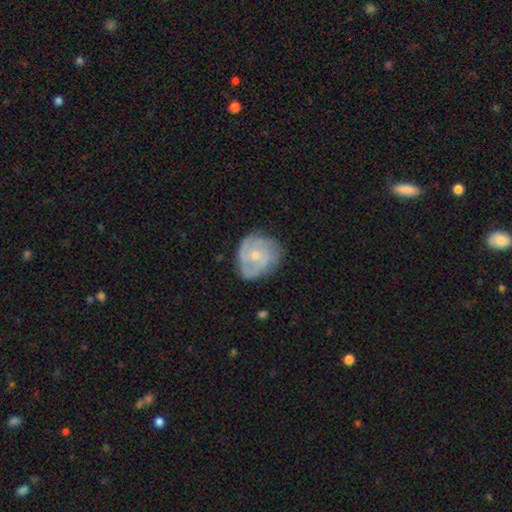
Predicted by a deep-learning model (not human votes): Smooth or featured?
  - featured or disk: 73% *
  - smooth: 20%
  - star or artifact: 6%
Edge-on disk?
  - no: 98% *
  - yes: 2%
Bar?
  - no: 74% *
  - weak: 23%
  - strong: 3%
Spiral arms?
  - yes: 89% *
  - no: 11%
Spiral winding?
  - tight: 49% *
  - medium: 39%
  - loose: 12%
Spiral arm count?
  - 3: 36% *
  - can't tell: 26%
  - 4: 15%
  - 2: 13%
  - 1: 5%
  - more than 4: 5%
Bulge size?
  - small: 56% *
  - moderate: 38%
  - none: 3%
  - large: 1%
  - dominant: 1%
Merging?
  - none: 70% *
  - minor disturbance: 21%
  - major disturbance: 8%
  - merger: 1%